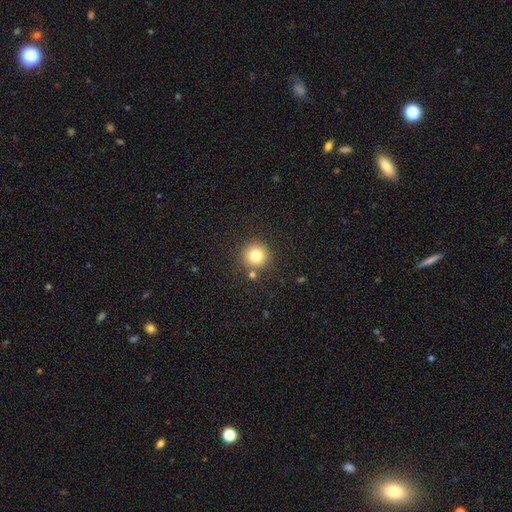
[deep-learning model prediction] This appears to be a smooth galaxy with no disk features (78%) that is round (95%). Merging: none (83%).